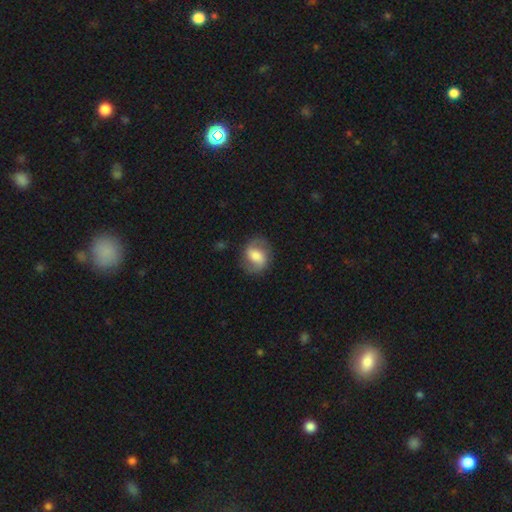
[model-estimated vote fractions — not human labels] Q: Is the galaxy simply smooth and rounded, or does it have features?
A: featured or disk — 50%.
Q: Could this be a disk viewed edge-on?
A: no — 96%.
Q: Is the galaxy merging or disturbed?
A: none — 78%.